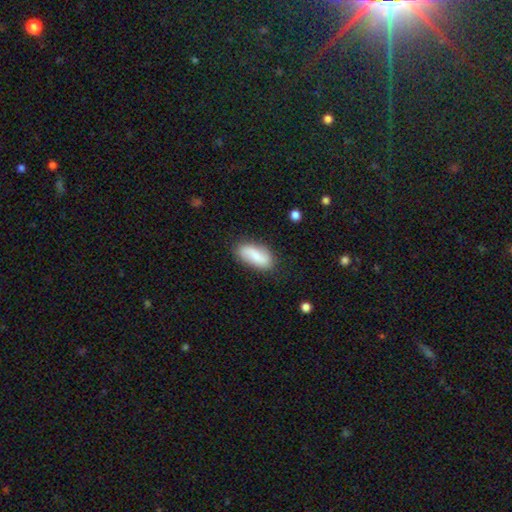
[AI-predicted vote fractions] Q: Smooth or featured?
A: smooth (76%); runner-up: featured or disk (18%)
Q: How rounded?
A: in between (86%); runner-up: cigar-shaped (11%)
Q: Merging?
A: none (81%); runner-up: minor disturbance (15%)